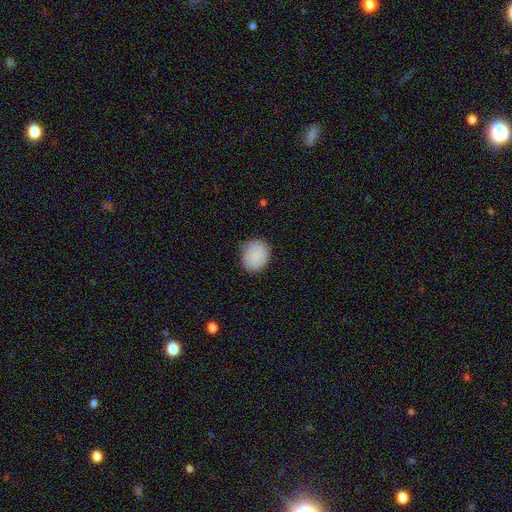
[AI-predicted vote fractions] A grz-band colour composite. It shows a smooth galaxy with no disk features (88%) that is round (64%). Merging: none (79%).